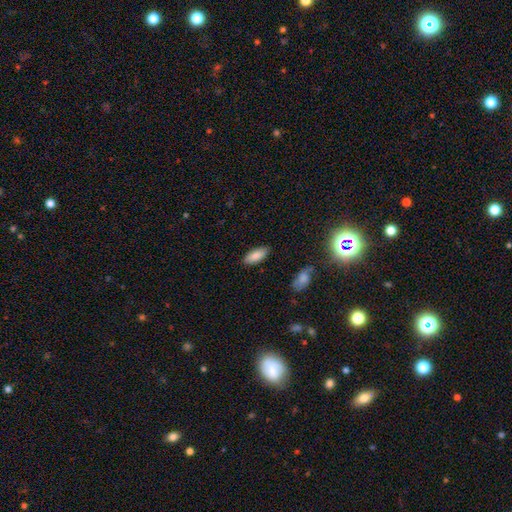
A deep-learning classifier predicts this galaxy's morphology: Smooth or featured: smooth — 86% (featured or disk — 8%)
How rounded: in between — 82% (cigar-shaped — 16%)
Merging: none — 86% (minor disturbance — 10%)